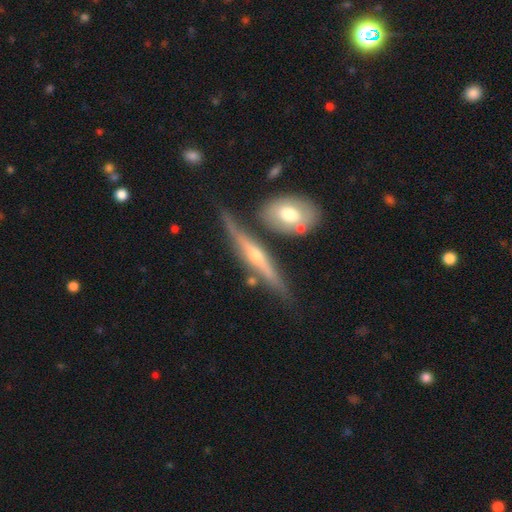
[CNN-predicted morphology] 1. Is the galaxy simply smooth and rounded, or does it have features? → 76% featured or disk, 18% smooth, 6% star or artifact.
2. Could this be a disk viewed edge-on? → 95% yes, 5% no.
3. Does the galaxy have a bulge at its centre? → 87% rounded, 8% none, 5% boxy.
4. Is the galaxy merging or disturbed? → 73% none, 15% minor disturbance, 9% merger, 3% major disturbance.